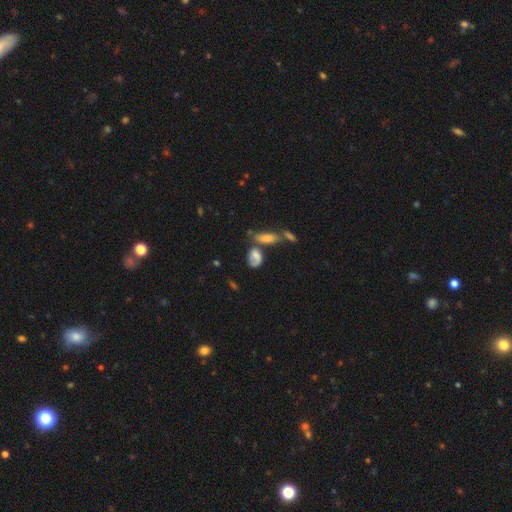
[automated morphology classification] Smooth or featured: smooth — 67% (featured or disk — 23%)
How rounded: in between — 79% (round — 15%)
Merging: none — 38% (merger — 29%)